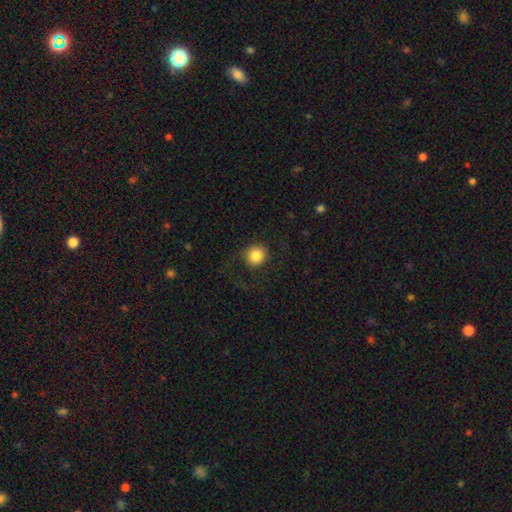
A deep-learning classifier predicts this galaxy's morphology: Smooth or featured? smooth (82%)
How rounded? round (92%)
Merging? none (80%)